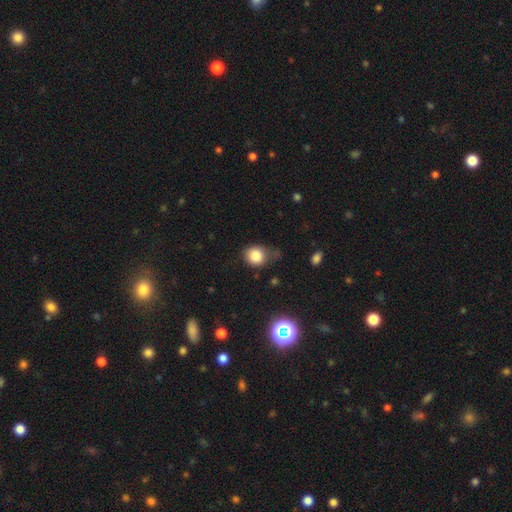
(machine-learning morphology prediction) A smooth galaxy with no disk features (81%) that is round (71%). Merging: none (51%).